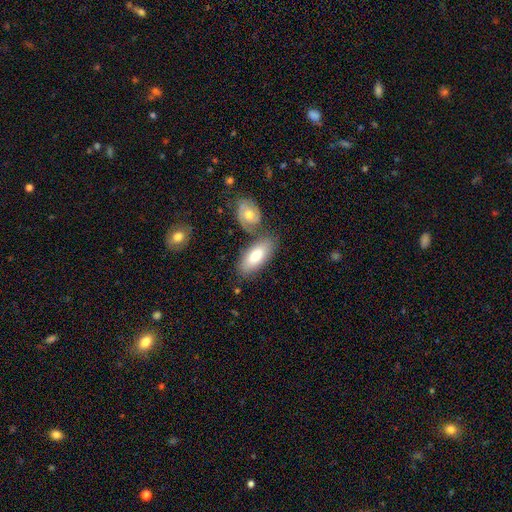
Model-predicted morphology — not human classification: Smooth or featured?
  - smooth: 73% *
  - featured or disk: 21%
  - star or artifact: 6%
How rounded?
  - in between: 87% *
  - cigar-shaped: 11%
  - round: 2%
Merging?
  - none: 64% *
  - merger: 19%
  - minor disturbance: 14%
  - major disturbance: 3%